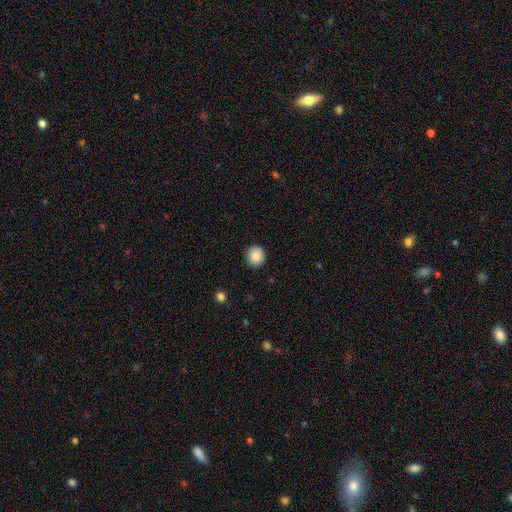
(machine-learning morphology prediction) Smooth or featured? Predicted: smooth (p=0.87). How rounded? Predicted: round (p=0.88). Merging? Predicted: none (p=0.91).